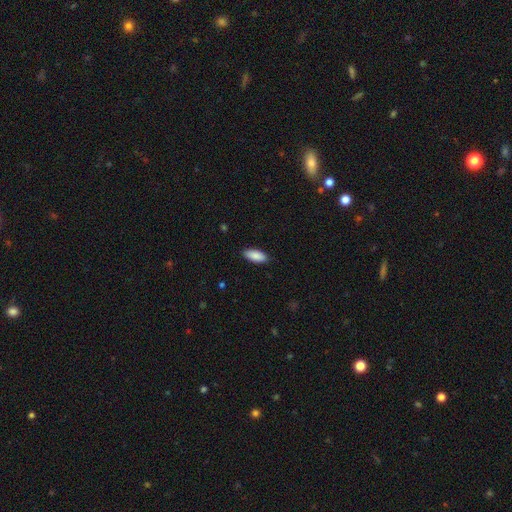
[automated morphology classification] smooth 89%, star or artifact 6%, featured or disk 5%. Down the decision tree: how rounded — in between (82%); merging — none (89%).